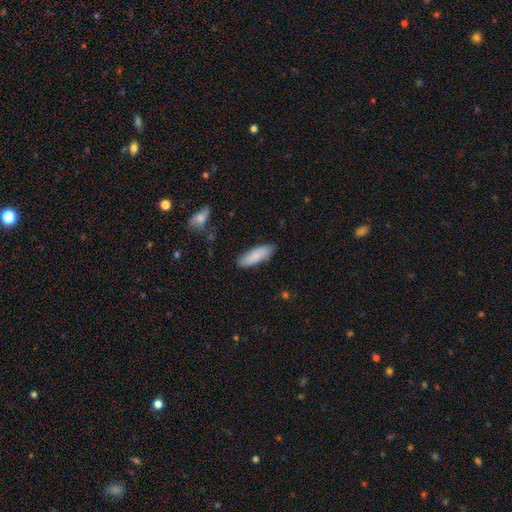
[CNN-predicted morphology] This is clearly a smooth galaxy (84%). How rounded: possibly in between (59%). Merging: clearly none (85%).